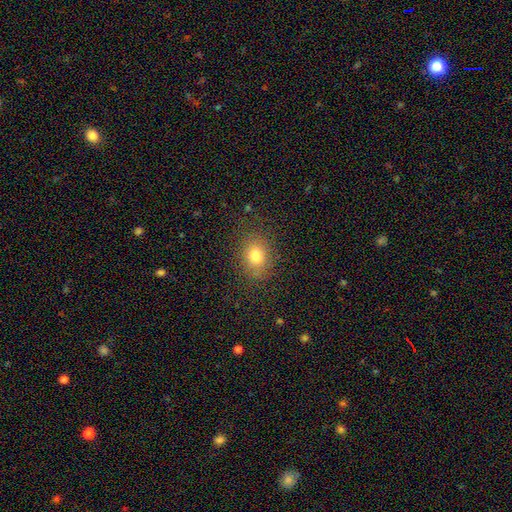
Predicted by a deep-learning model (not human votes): Smooth or featured? smooth (78%)
How rounded? in between (53%)
Merging? none (82%)